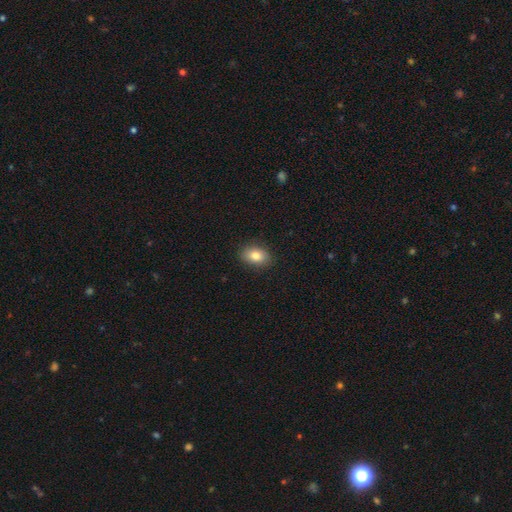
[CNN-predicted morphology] Q: Smooth or featured?
A: smooth (81%); runner-up: featured or disk (10%)
Q: How rounded?
A: in between (84%); runner-up: round (15%)
Q: Merging?
A: none (88%); runner-up: minor disturbance (9%)